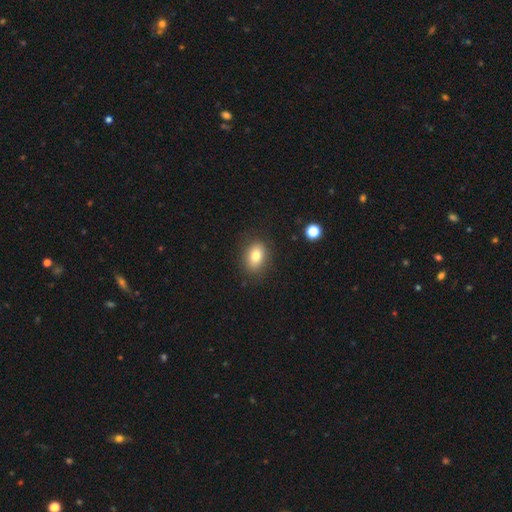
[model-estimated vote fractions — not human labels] Morphology: type=smooth (79%); roundness=in between (75%); merging=none (85%).